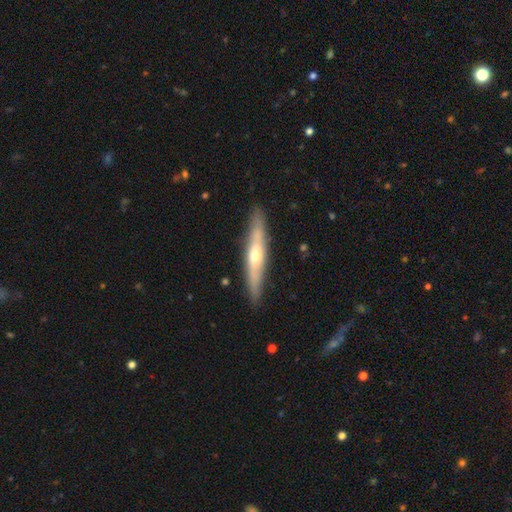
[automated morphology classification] featured or disk 61%, smooth 33%, star or artifact 6%. Down the decision tree: edge-on disk — yes (88%); edge-on bulge — rounded (84%); merging — none (88%).